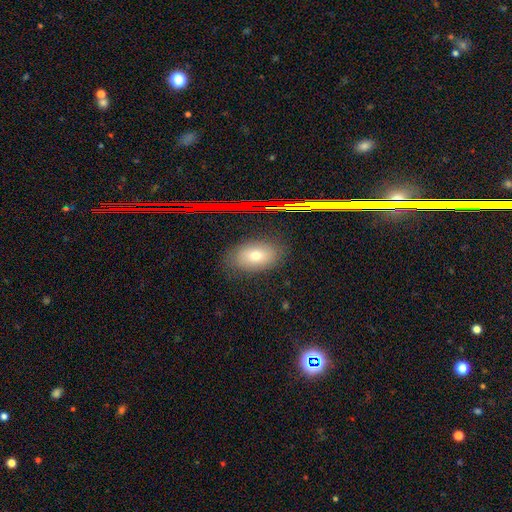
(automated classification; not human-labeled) smooth_or_featured: smooth (p=0.68) [alt: star or artifact p=0.16]
how_rounded: in between (p=0.84) [alt: round p=0.15]
merging: none (p=0.84) [alt: minor disturbance p=0.11]